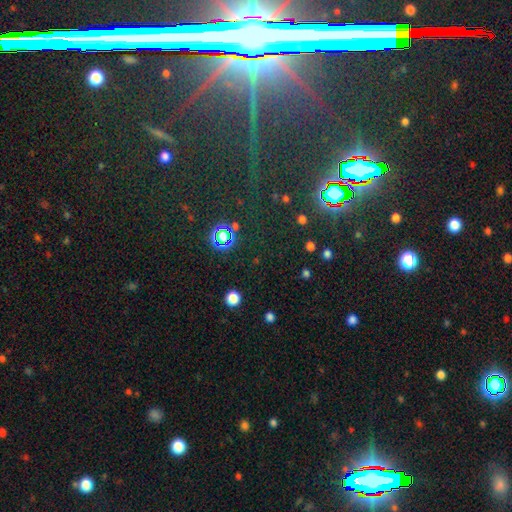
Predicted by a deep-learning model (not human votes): A star or artifact, not a galaxy (76%).

Vote fractions:
- Smooth or featured? star or artifact: 76% / smooth: 13% / featured or disk: 10%